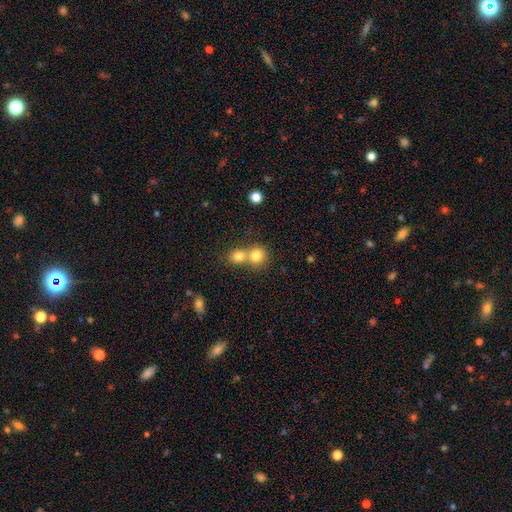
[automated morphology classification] The model was most divided on "merging": merger: 55%, none: 37%, minor disturbance: 5%, major disturbance: 2%. More confident: how rounded — round (82%); smooth or featured — smooth (80%).